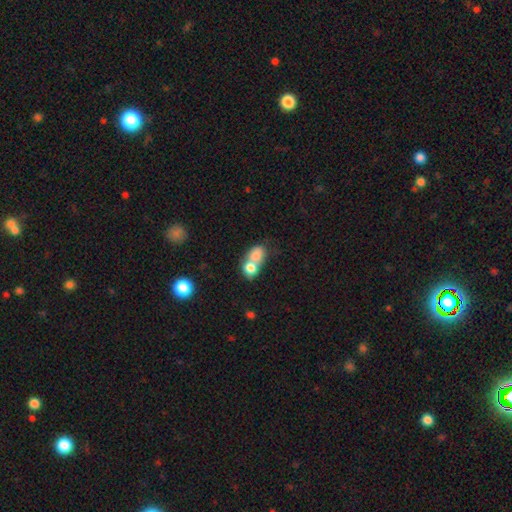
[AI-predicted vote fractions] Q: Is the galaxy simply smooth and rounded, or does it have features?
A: smooth — 74%.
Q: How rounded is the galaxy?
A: in between — 51%.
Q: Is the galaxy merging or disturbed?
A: merger — 75%.